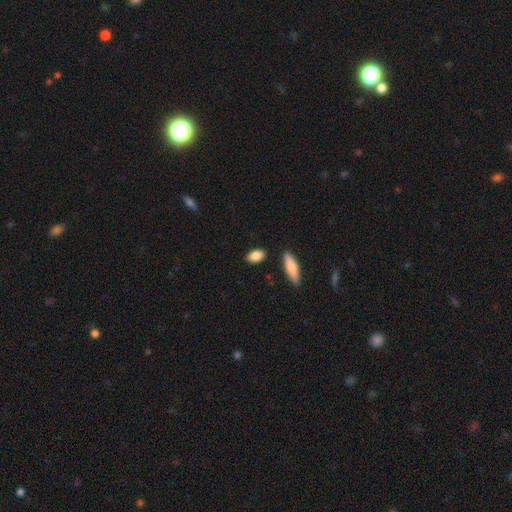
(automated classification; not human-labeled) Smooth or featured?
  - smooth: 87% *
  - star or artifact: 6%
  - featured or disk: 6%
How rounded?
  - in between: 87% *
  - cigar-shaped: 7%
  - round: 6%
Merging?
  - none: 86% *
  - minor disturbance: 9%
  - merger: 3%
  - major disturbance: 2%